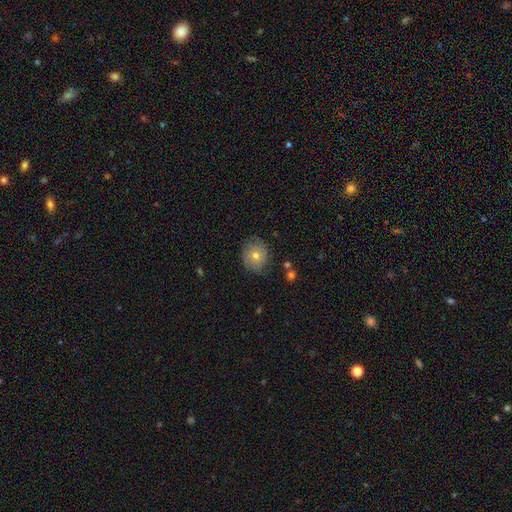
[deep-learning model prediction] smooth-or-featured: smooth: 63% | featured or disk: 26% | star or artifact: 11%
  how-rounded: round: 74% | in between: 25% | cigar-shaped: 1%
  merging: none: 76% | minor disturbance: 18% | major disturbance: 4% | merger: 2%